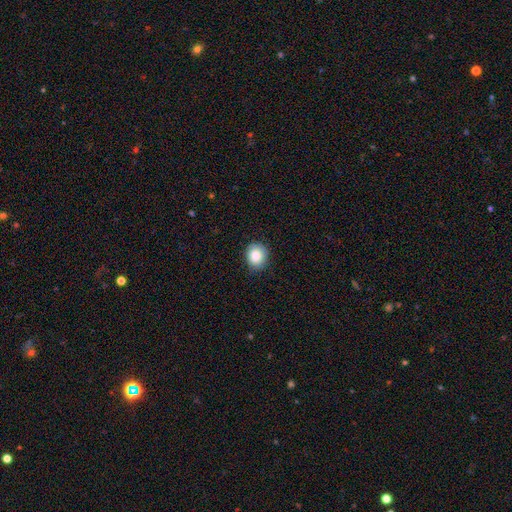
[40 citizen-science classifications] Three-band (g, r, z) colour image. It shows a smooth galaxy with no disk features (90%) that is round (86%). Merging: none (73%).